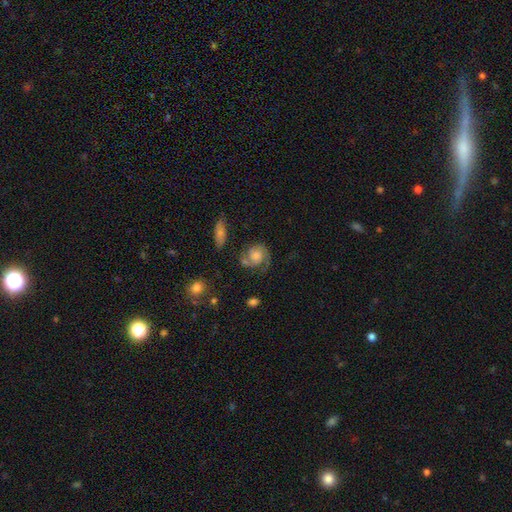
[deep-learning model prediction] This is likely a featured or disk galaxy (72%). It is clearly not viewed edge-on (97%). Bar: likely no (73%). Spiral arm pattern: clearly yes (93%). Spiral arm count: likely 2 (75%). Spiral winding: marginally medium (43%). Central bulge: marginally moderate (35%). Merging: likely none (61%).